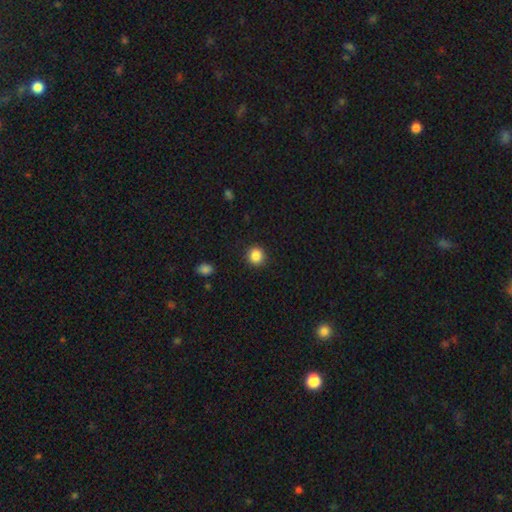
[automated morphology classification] type=smooth (87%); roundness=round (90%); merging=none (91%).